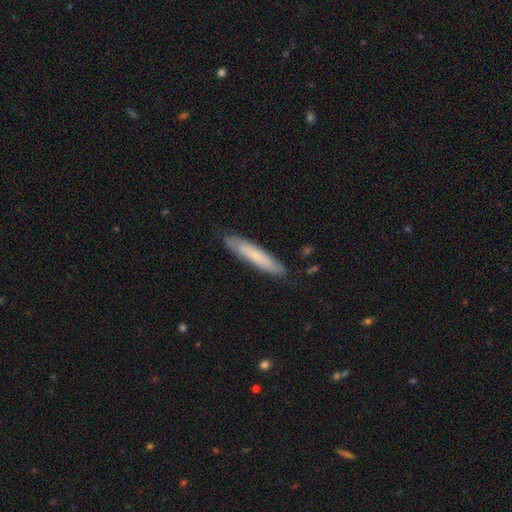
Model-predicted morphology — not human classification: smooth 61%, featured or disk 33%, star or artifact 6%. Down the decision tree: how rounded — cigar-shaped (87%); merging — none (83%).